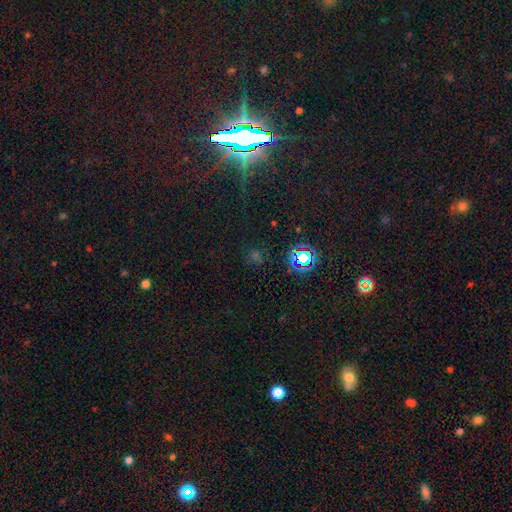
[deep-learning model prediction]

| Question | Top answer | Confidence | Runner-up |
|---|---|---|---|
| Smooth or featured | star or artifact | 71% | smooth (20%) |